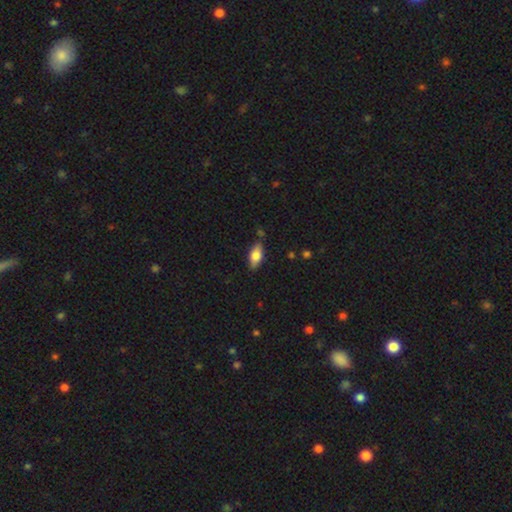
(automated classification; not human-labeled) Overall: smooth (74%). How rounded: in between (85%). Merging: none (79%).